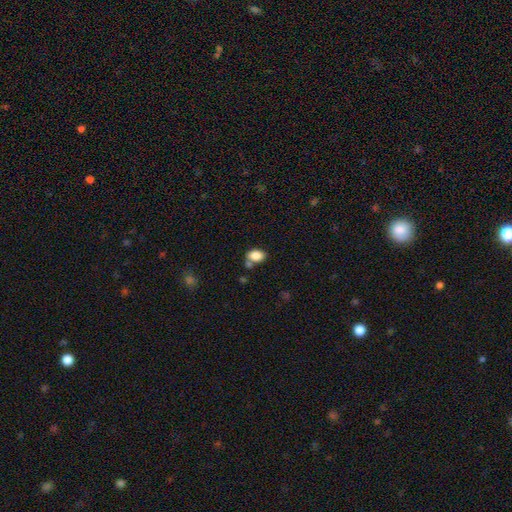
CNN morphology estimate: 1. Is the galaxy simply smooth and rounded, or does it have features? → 85% smooth, 9% star or artifact, 6% featured or disk.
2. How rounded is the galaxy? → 84% in between, 14% round, 1% cigar-shaped.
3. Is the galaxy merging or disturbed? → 64% none, 16% merger, 16% minor disturbance, 4% major disturbance.